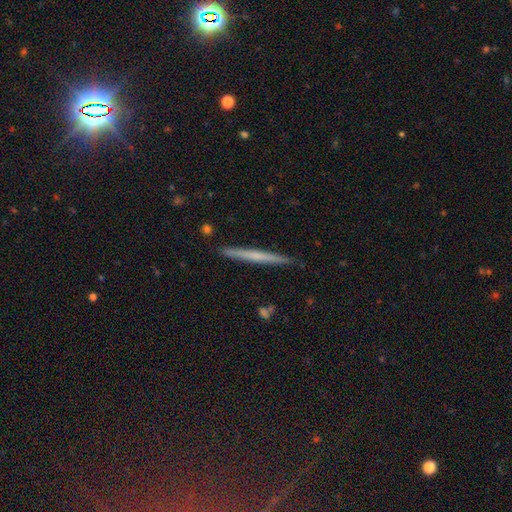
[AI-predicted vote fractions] Morphology: type=featured or disk (49%); merging=none (90%).